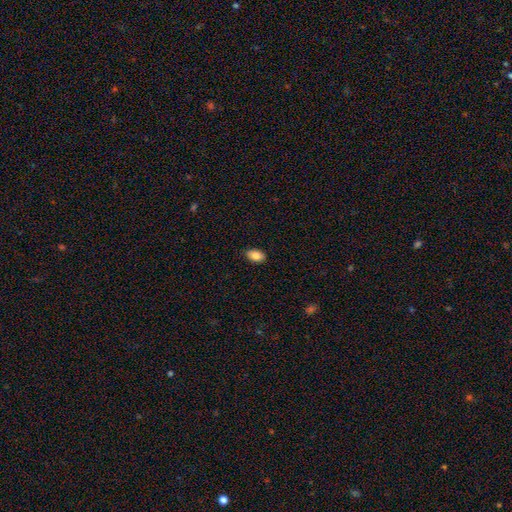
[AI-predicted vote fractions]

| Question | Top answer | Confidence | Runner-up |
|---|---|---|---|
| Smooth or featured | smooth | 84% | featured or disk (8%) |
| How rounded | in between | 90% | round (8%) |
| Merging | none | 87% | minor disturbance (11%) |